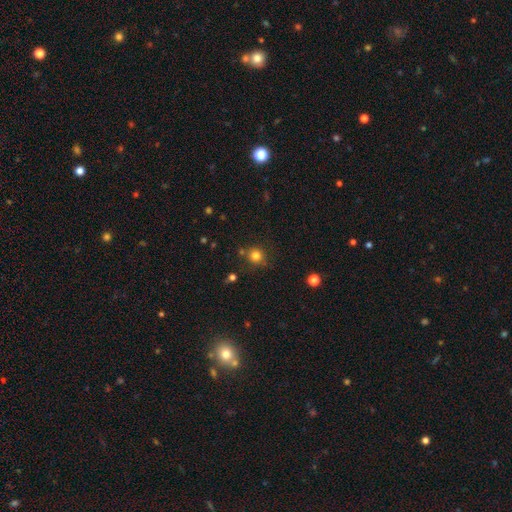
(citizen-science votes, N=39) Smooth or featured? 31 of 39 (79%) said smooth. How rounded? 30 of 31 (97%) said round. Merging? 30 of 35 (86%) said none.